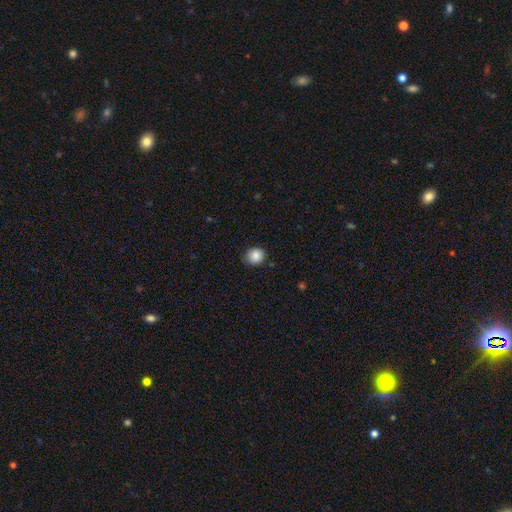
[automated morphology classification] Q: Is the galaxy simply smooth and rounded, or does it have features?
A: smooth — 87%.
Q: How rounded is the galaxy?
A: round — 77%.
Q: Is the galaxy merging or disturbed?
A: none — 82%.